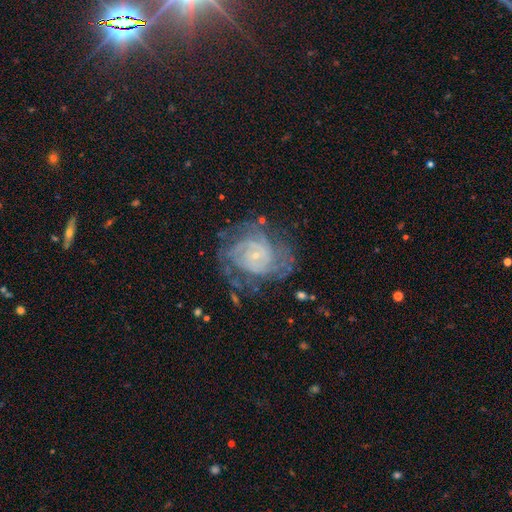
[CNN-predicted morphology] A featured or disk galaxy (71%) with no bar (62%), tight (63%) spiral arms (92%) and a small central bulge (75%).

Vote fractions:
- Smooth or featured? featured or disk: 71% / star or artifact: 17% / smooth: 12%
- Edge-on disk? no: 97% / yes: 3%
- Bar? no: 62% / weak: 30% / strong: 8%
- Spiral arms? yes: 92% / no: 8%
- Spiral winding? tight: 63% / medium: 29% / loose: 8%
- Spiral arm count? can't tell: 35% / 2: 32% / 3: 13% / 4: 7% / 1: 6% / more than 4: 6%
- Bulge size? small: 75% / moderate: 15% / none: 7% / large: 2% / dominant: 1%
- Merging? none: 69% / minor disturbance: 17% / major disturbance: 11% / merger: 2%